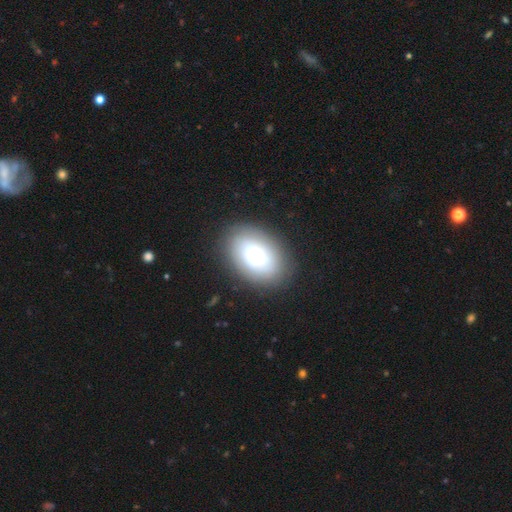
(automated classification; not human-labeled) smooth-or-featured: smooth: 59% | featured or disk: 31% | star or artifact: 9%
  how-rounded: in between: 81% | round: 18% | cigar-shaped: 1%
  merging: none: 85% | minor disturbance: 10% | major disturbance: 4% | merger: 1%